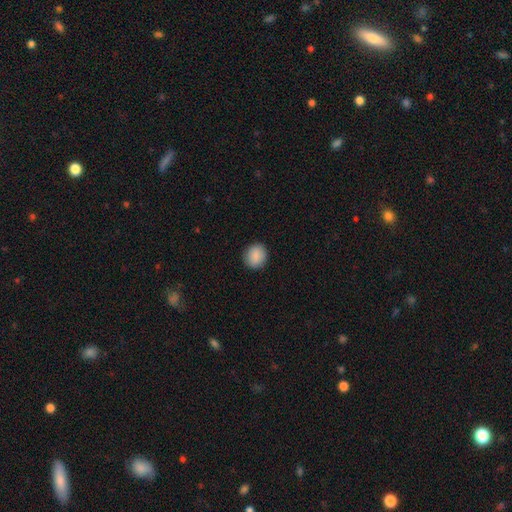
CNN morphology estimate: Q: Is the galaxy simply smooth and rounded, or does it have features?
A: smooth — 89%.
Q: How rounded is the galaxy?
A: round — 82%.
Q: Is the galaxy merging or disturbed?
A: none — 91%.